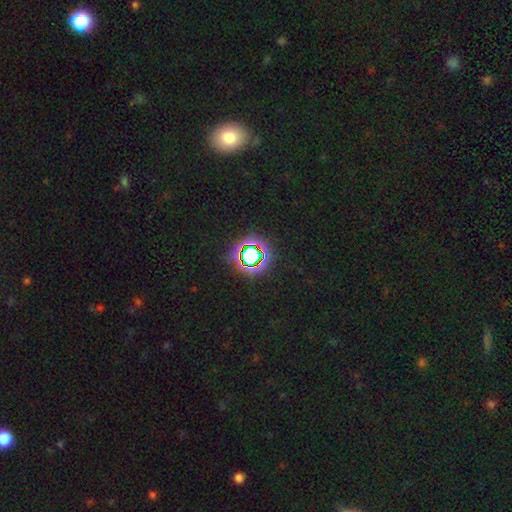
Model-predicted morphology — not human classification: type=star or artifact (73%).